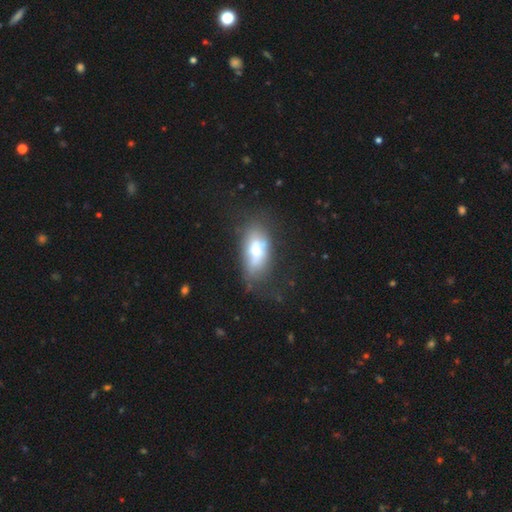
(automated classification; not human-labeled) A smooth galaxy with no disk features (59%) that is in between round and cigar-shaped (86%).

Vote fractions:
- Smooth or featured? smooth: 59% / featured or disk: 33% / star or artifact: 9%
- How rounded? in between: 86% / cigar-shaped: 8% / round: 5%
- Merging? none: 56% / minor disturbance: 25% / major disturbance: 15% / merger: 4%